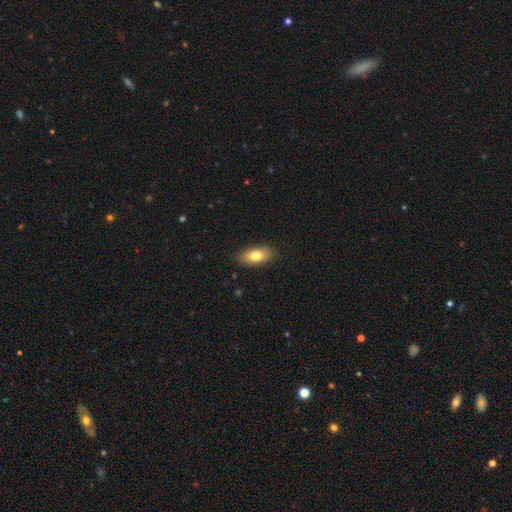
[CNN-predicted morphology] Overall: smooth (79%). How rounded: in between (87%). Merging: none (84%).